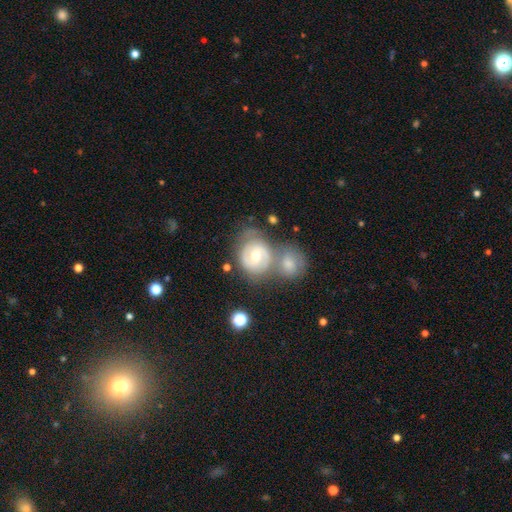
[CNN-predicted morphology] A featured or disk galaxy (66%) with no bar (47%), 2 (67%) tight (55%) spiral arms (79%) and a moderate central bulge (70%). Merging: none (40%).